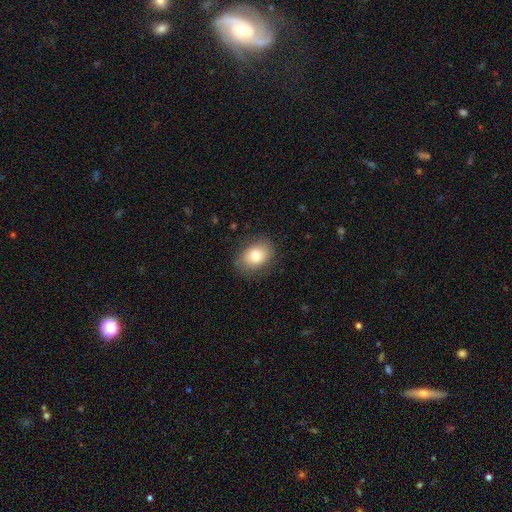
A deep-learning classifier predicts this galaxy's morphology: smooth-or-featured: smooth: 79% | featured or disk: 13% | star or artifact: 9%
  how-rounded: in between: 70% | round: 29% | cigar-shaped: 1%
  merging: none: 82% | minor disturbance: 13% | major disturbance: 3% | merger: 1%